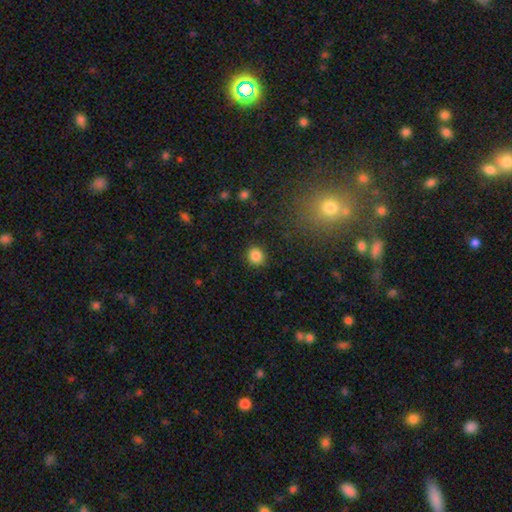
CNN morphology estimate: smooth_or_featured: smooth (p=0.86) [alt: star or artifact p=0.10]
how_rounded: round (p=0.84) [alt: in between p=0.15]
merging: none (p=0.90) [alt: minor disturbance p=0.07]